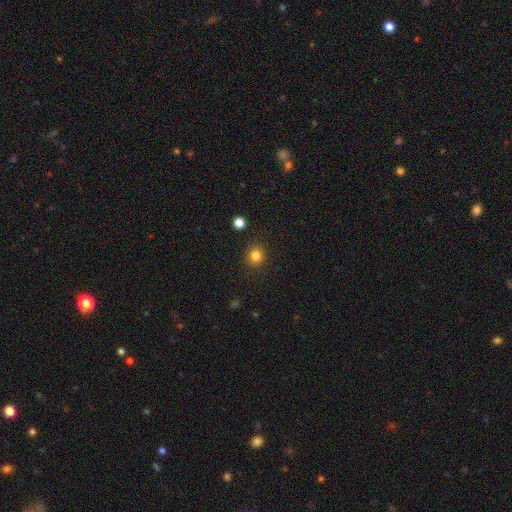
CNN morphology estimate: Smooth or featured: smooth — 83% (star or artifact — 13%)
How rounded: round — 82% (in between — 17%)
Merging: none — 88% (minor disturbance — 7%)